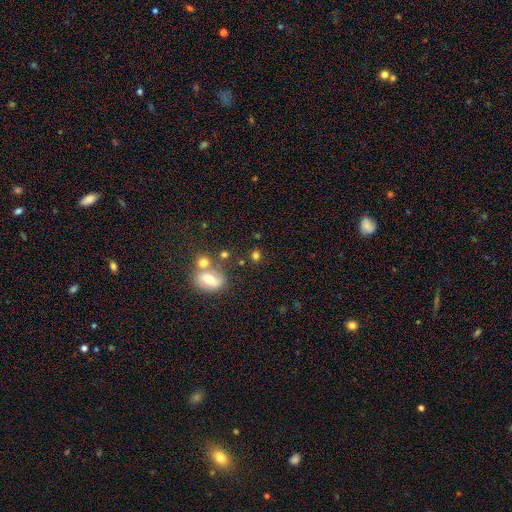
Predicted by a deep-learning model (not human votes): smooth-or-featured: smooth: 73% | star or artifact: 16% | featured or disk: 11%
  how-rounded: round: 71% | in between: 26% | cigar-shaped: 3%
  merging: none: 67% | merger: 18% | minor disturbance: 10% | major disturbance: 5%